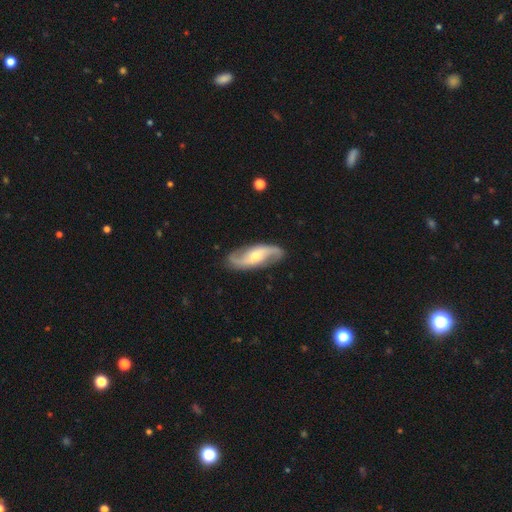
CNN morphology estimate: featured or disk 87%, smooth 9%, star or artifact 4%. Down the decision tree: edge-on disk — no (94%); bar — no (49%); spiral arms — yes (96%); spiral arm count — 2 (93%); spiral winding — loose (62%); bulge size — moderate (50%); merging — none (85%).